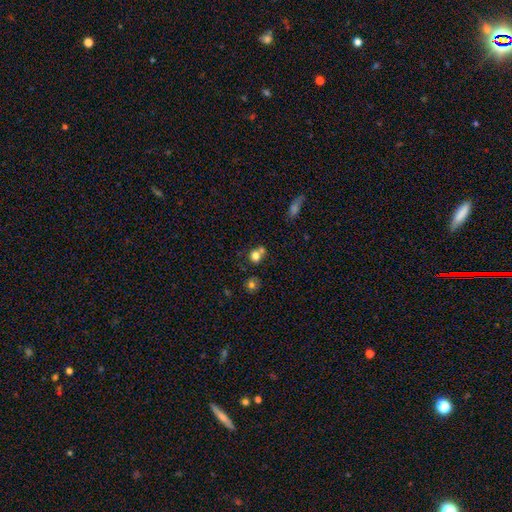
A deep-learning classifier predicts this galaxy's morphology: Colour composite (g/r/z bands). It shows a smooth galaxy with no disk features (76%) that is round (80%). Merging: none (49%).